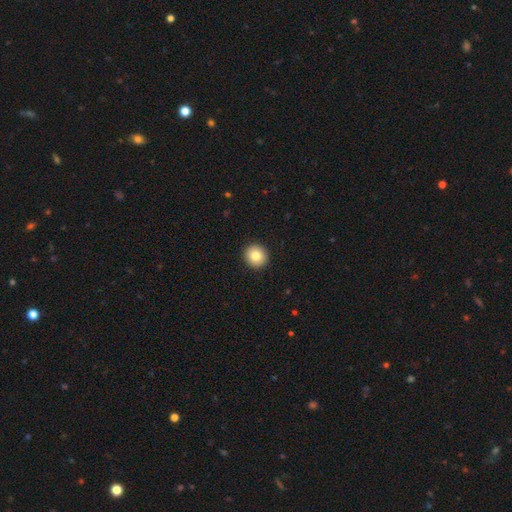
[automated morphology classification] Smooth or featured? Predicted: smooth (p=0.83). How rounded? Predicted: round (p=0.92). Merging? Predicted: none (p=0.93).